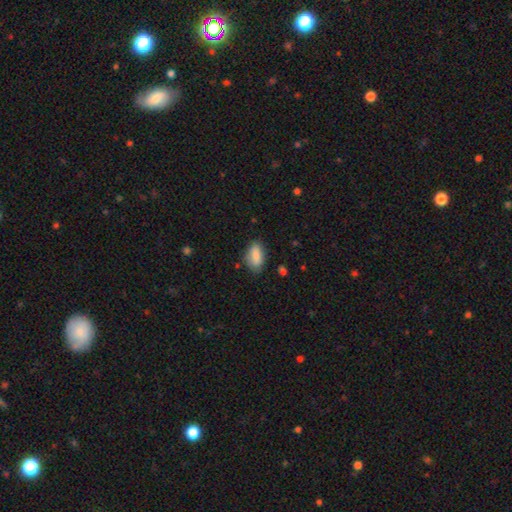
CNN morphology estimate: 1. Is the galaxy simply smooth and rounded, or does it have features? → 82% smooth, 12% featured or disk, 7% star or artifact.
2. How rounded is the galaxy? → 89% in between, 7% cigar-shaped, 4% round.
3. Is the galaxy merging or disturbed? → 75% none, 19% minor disturbance, 4% major disturbance, 2% merger.